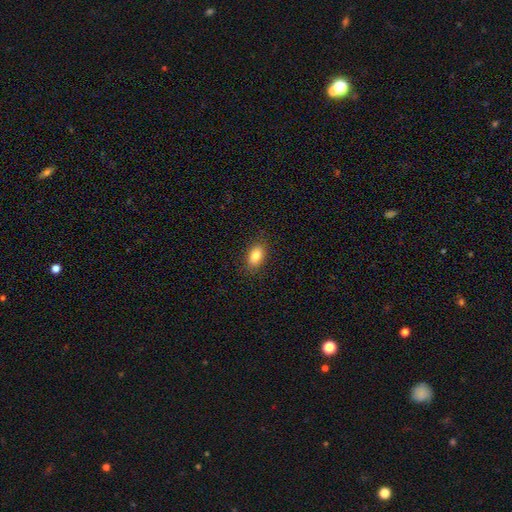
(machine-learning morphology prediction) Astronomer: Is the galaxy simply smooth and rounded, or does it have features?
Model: smooth — 84%.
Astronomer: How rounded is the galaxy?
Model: in between — 90%.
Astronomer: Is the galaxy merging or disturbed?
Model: none — 87%.